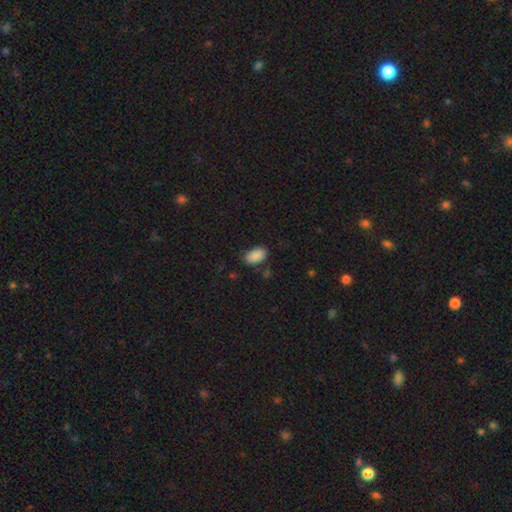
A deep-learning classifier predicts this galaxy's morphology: The model was most divided on "merging": none: 80%, minor disturbance: 14%, major disturbance: 3%, merger: 3%. More confident: how rounded — in between (94%); smooth or featured — smooth (89%).